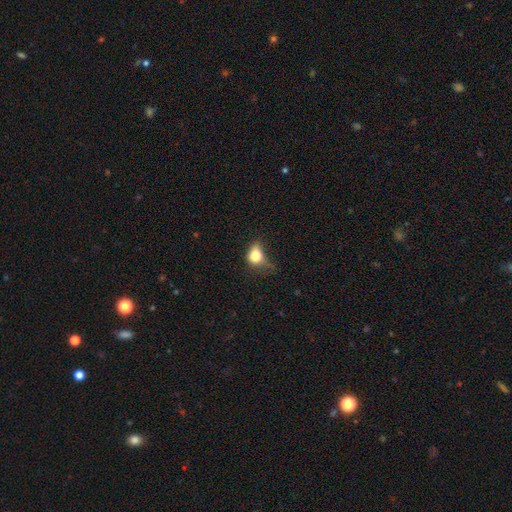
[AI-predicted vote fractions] smooth 78%, featured or disk 12%, star or artifact 11%. Down the decision tree: how rounded — in between (56%); merging — minor disturbance (36%).